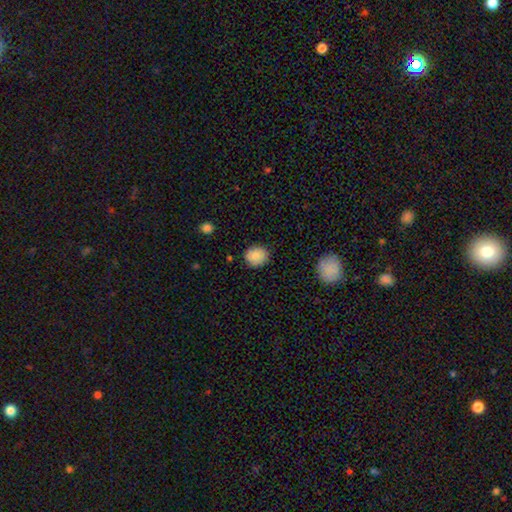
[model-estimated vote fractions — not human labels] Smooth or featured: smooth — 86% (star or artifact — 8%)
How rounded: round — 71% (in between — 28%)
Merging: none — 85% (minor disturbance — 11%)